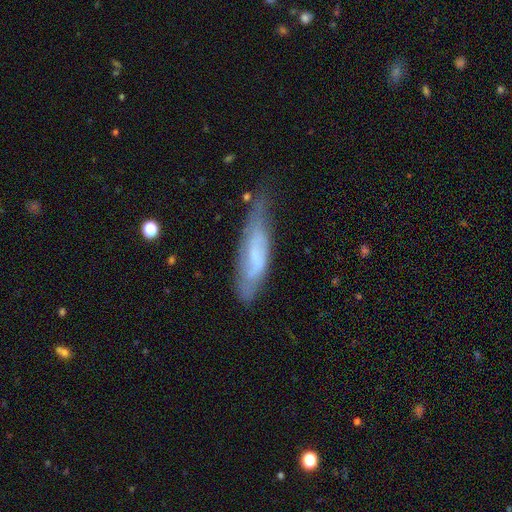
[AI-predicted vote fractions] Morphology: type=featured or disk (52%); edge-on=no (66%); merging=none (51%).